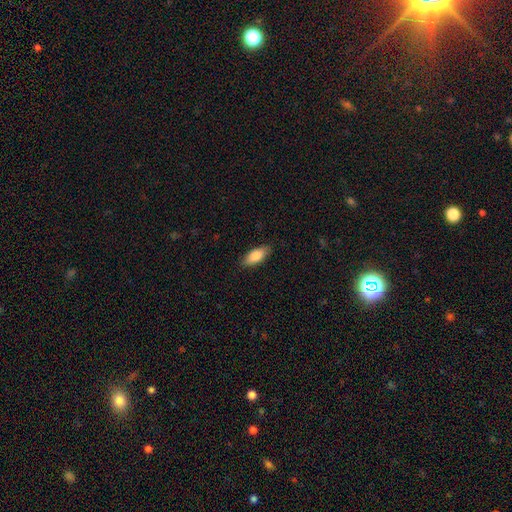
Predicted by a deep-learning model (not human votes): smooth_or_featured: smooth (p=0.83) [alt: featured or disk p=0.12]
how_rounded: in between (p=0.82) [alt: cigar-shaped p=0.15]
merging: none (p=0.86) [alt: minor disturbance p=0.10]